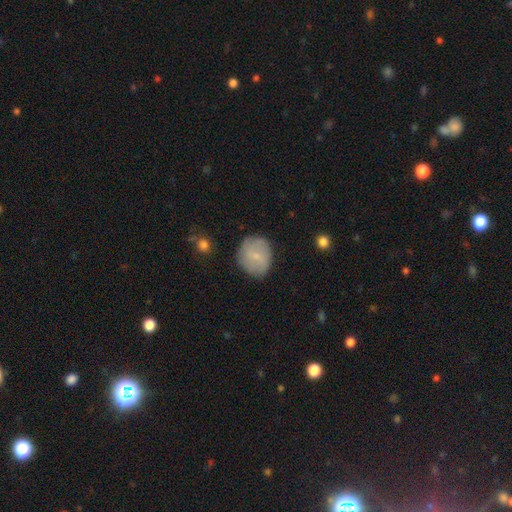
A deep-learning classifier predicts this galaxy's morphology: smooth 64%, featured or disk 29%, star or artifact 8%. Down the decision tree: how rounded — round (72%); merging — none (76%).